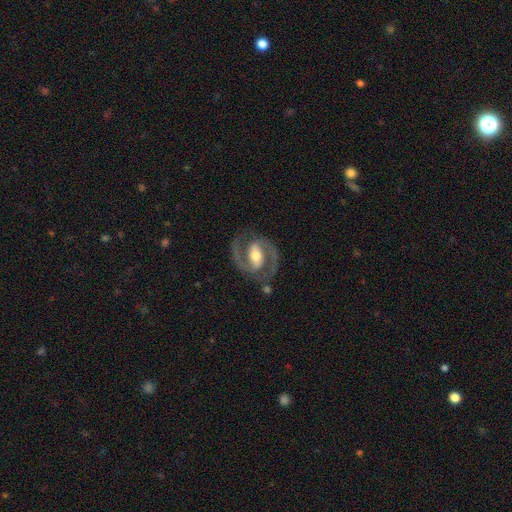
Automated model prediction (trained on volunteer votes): smooth-or-featured: featured or disk: 91% | smooth: 5% | star or artifact: 4%
  disk-edge-on: no: 97% | yes: 3%
    bar: strong: 52% | weak: 33% | no: 16%
    has-spiral-arms: yes: 97% | no: 3%
      spiral-winding: medium: 59% | tight: 32% | loose: 10%
      spiral-arm-count: 2: 94% | can't tell: 2% | 1: 2% | 3: 1% | 4: 1% | more than 4: 1%
    bulge-size: moderate: 69% | small: 19% | large: 10% | none: 1% | dominant: 1%
  merging: none: 82% | minor disturbance: 11% | major disturbance: 5% | merger: 2%